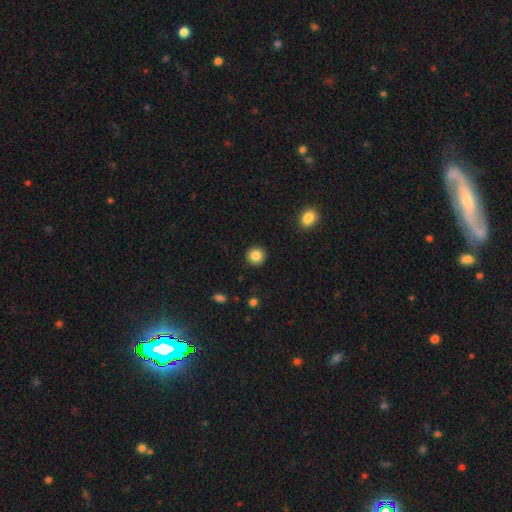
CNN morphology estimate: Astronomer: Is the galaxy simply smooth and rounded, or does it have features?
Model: smooth — 85%.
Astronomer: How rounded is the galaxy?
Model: round — 93%.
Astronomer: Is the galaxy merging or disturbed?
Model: none — 92%.